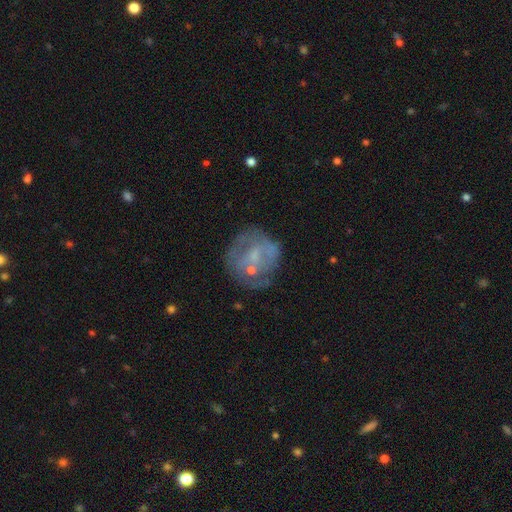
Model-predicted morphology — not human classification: This appears to be a featured or disk galaxy (55%) with no bar (66%), no spiral arms (68%) and a small central bulge (48%). Merging: none (60%).